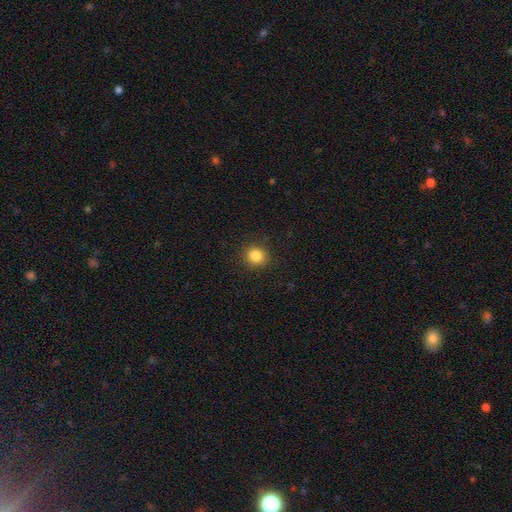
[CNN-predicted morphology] This appears to be a smooth galaxy with no disk features (85%) that is round (85%). Merging: none (90%).